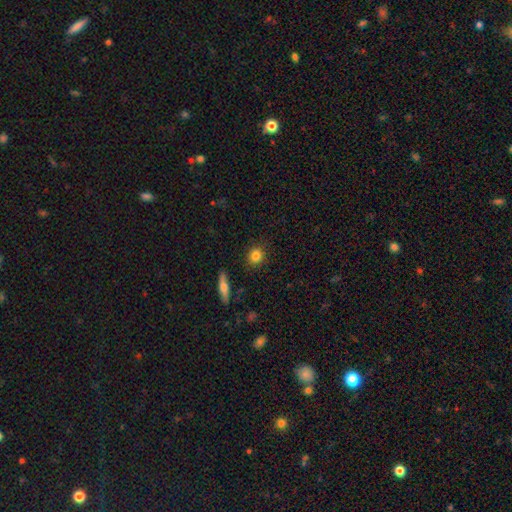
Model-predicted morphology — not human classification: A smooth galaxy with no disk features (83%) that is round (83%). Merging: none (89%).